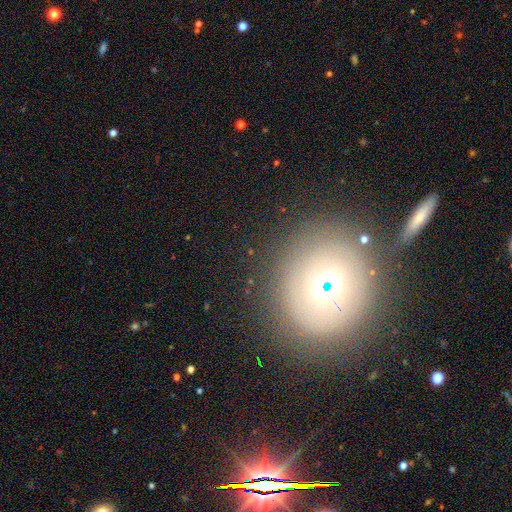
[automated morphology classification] Smooth or featured: smooth — 39% (featured or disk — 31%)
Merging: none — 78% (minor disturbance — 11%)